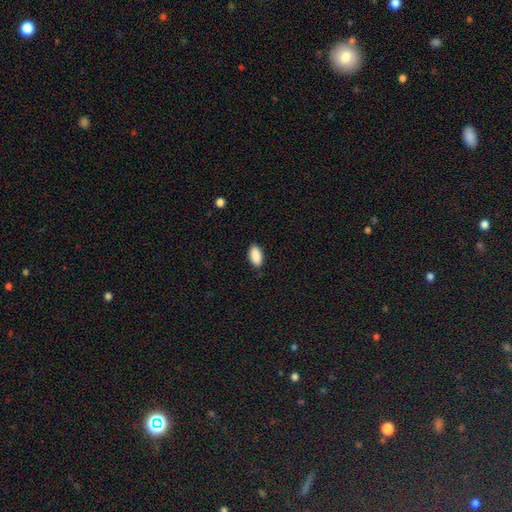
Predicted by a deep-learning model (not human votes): Morphology: type=smooth (90%); roundness=in between (93%); merging=none (87%).